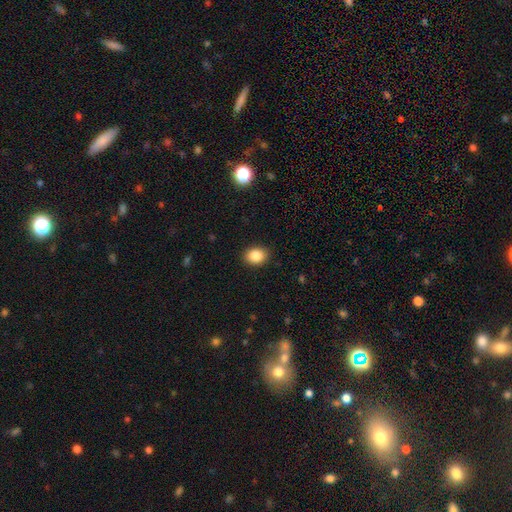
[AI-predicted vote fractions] This appears to be a smooth galaxy with no disk features (87%) that is in between round and cigar-shaped (54%). Merging: none (89%).